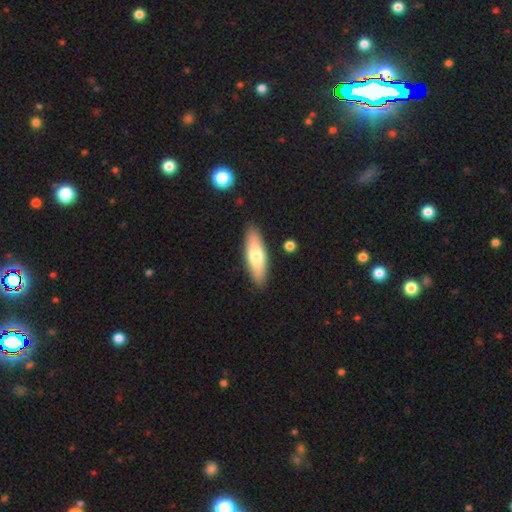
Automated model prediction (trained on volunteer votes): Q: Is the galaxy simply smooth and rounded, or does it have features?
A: smooth — 68%.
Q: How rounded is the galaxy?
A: in between — 49%, tied with cigar-shaped.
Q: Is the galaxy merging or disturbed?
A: none — 88%.